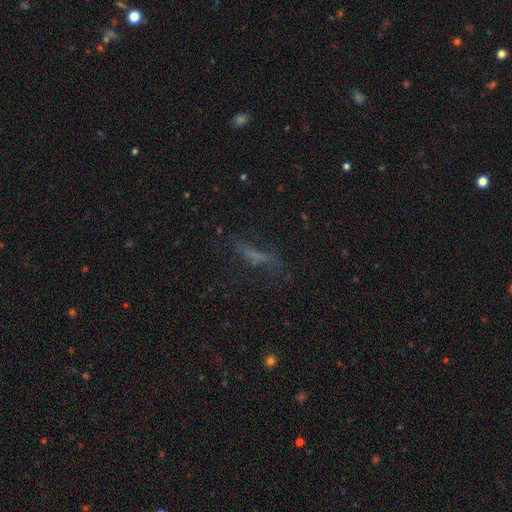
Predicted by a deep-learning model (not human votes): smooth 42%, featured or disk 34%, star or artifact 24%. Down the decision tree: merging — none (52%).